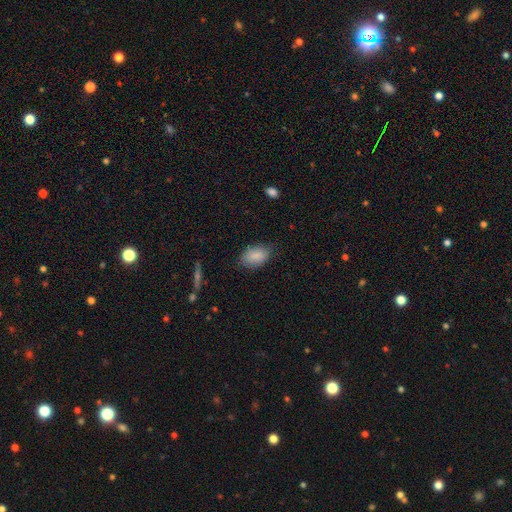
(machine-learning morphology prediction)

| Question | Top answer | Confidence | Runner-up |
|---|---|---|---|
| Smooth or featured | smooth | 85% | star or artifact (7%) |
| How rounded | in between | 88% | round (11%) |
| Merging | none | 74% | minor disturbance (20%) |